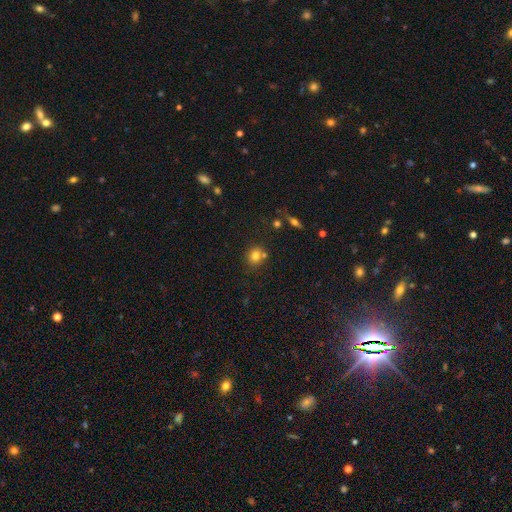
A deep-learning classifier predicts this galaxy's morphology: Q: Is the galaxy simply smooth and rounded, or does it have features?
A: smooth — 76%.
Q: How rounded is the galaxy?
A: round — 75%.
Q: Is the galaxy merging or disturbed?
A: none — 65%.